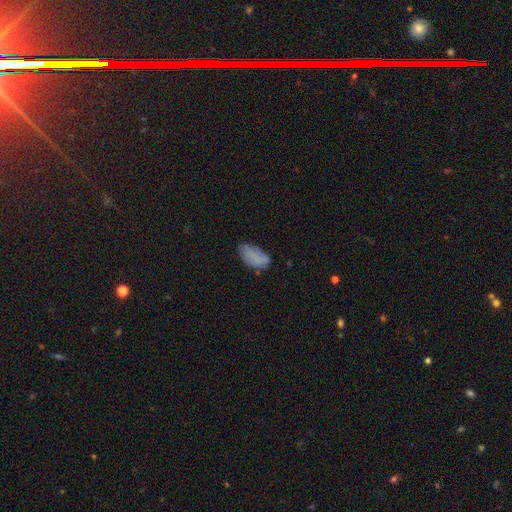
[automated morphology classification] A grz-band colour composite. It shows a smooth galaxy with no disk features (77%) that is in between round and cigar-shaped (93%). Merging: none (58%).